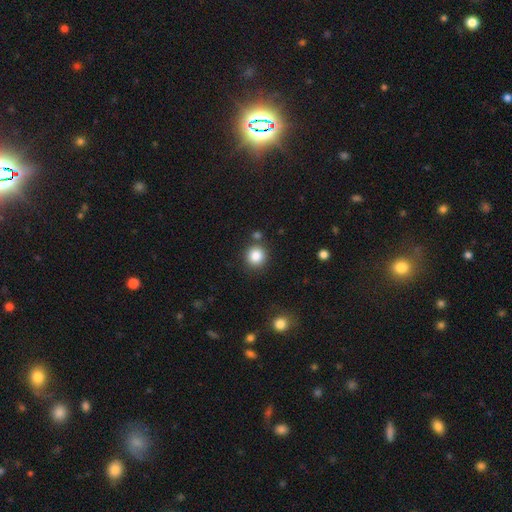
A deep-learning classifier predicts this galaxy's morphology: This is clearly a smooth galaxy (86%). How rounded: clearly round (92%). Merging: clearly none (83%).